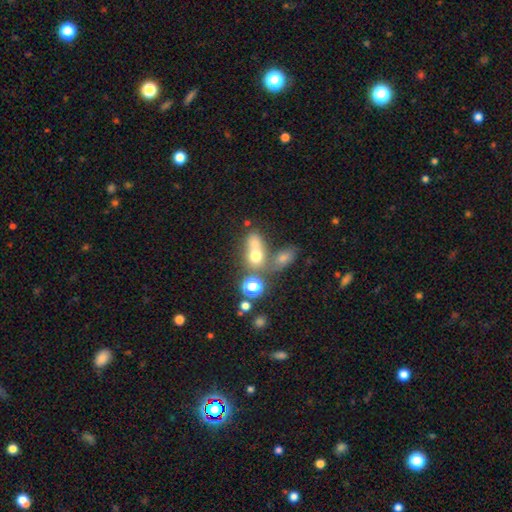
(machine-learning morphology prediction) Smooth or featured? smooth (64%)
How rounded? in between (49%)
Merging? merger (51%)